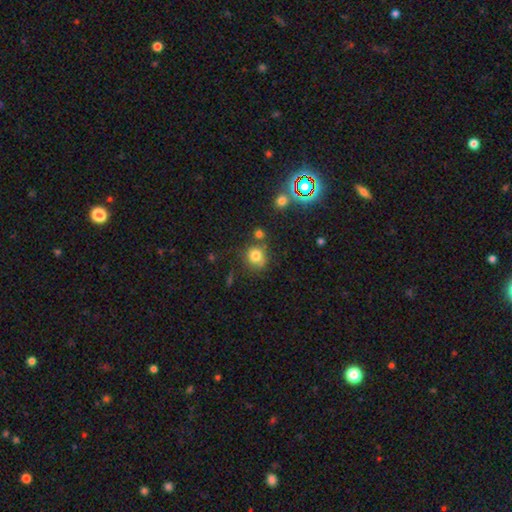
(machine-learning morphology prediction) smooth 78%, star or artifact 14%, featured or disk 8%. Down the decision tree: how rounded — round (85%); merging — none (67%).